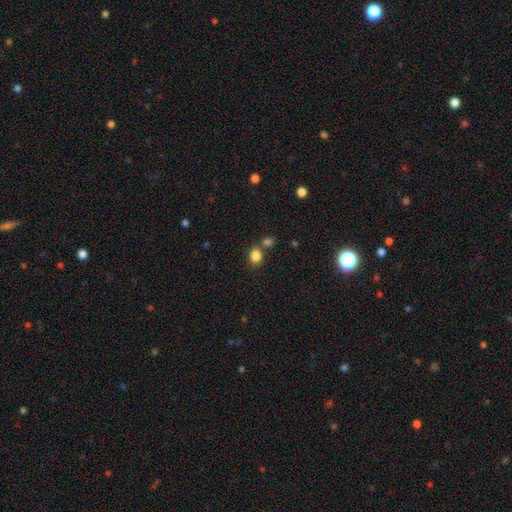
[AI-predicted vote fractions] smooth_or_featured: smooth (p=0.84) [alt: star or artifact p=0.11]
how_rounded: round (p=0.50) [alt: in between p=0.49]
merging: none (p=0.64) [alt: merger p=0.22]